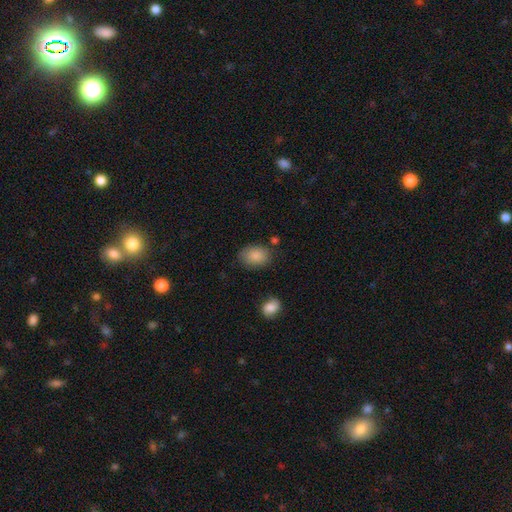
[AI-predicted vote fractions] This is clearly a smooth galaxy (87%). How rounded: likely in between (76%). Merging: likely none (77%).